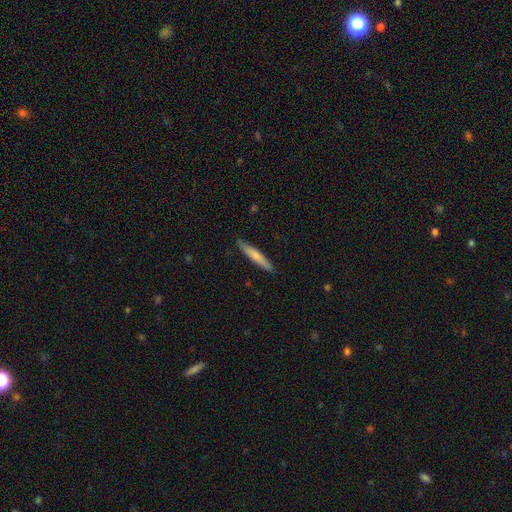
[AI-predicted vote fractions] Smooth or featured? smooth (71%)
How rounded? cigar-shaped (93%)
Merging? none (87%)